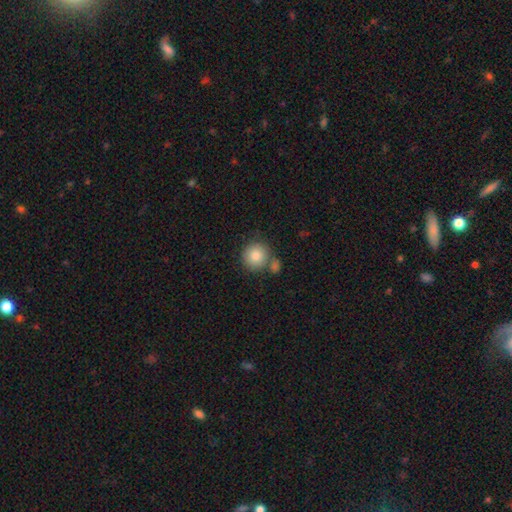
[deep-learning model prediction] A smooth galaxy with no disk features (82%) that is round (93%).

Vote fractions:
- Smooth or featured? smooth: 82% / star or artifact: 9% / featured or disk: 9%
- How rounded? round: 93% / in between: 6% / cigar-shaped: 1%
- Merging? none: 67% / merger: 21% / minor disturbance: 10% / major disturbance: 3%